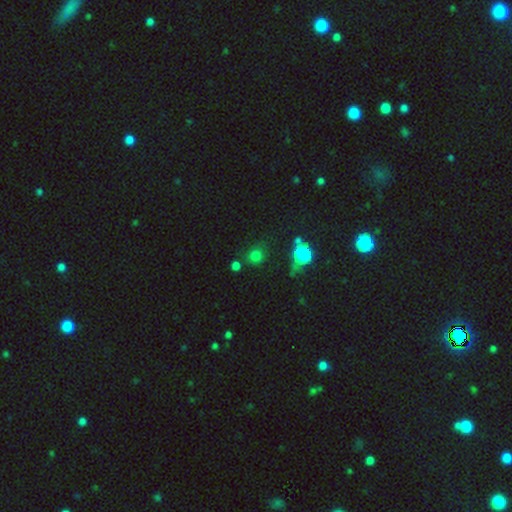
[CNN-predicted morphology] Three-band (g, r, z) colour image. It shows a smooth galaxy with no disk features (73%) that is round (87%). Merging: none (72%).